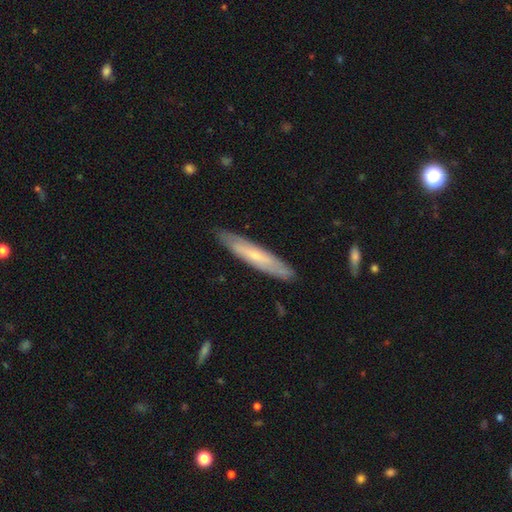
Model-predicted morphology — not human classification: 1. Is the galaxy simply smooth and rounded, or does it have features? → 48% smooth, 46% featured or disk, 5% star or artifact.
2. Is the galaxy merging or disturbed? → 86% none, 11% minor disturbance, 2% major disturbance, 1% merger.